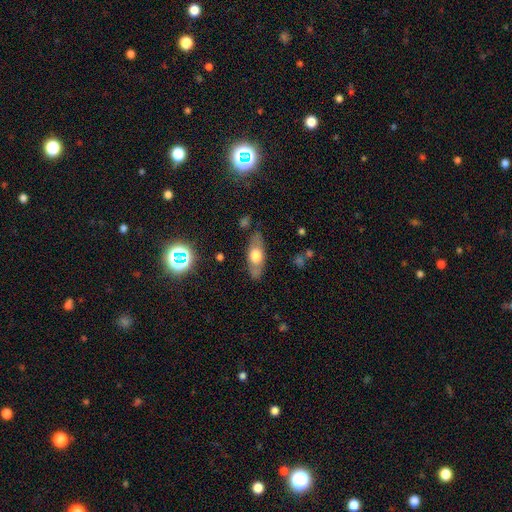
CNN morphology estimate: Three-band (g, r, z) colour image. It shows a smooth galaxy with no disk features (54%) that is in between round and cigar-shaped (70%). Merging: none (82%).